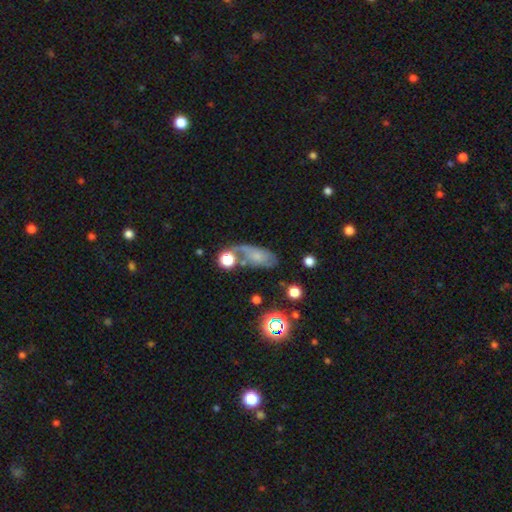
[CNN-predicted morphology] Smooth or featured? Predicted: smooth (p=0.47). Merging? Predicted: none (p=0.37).